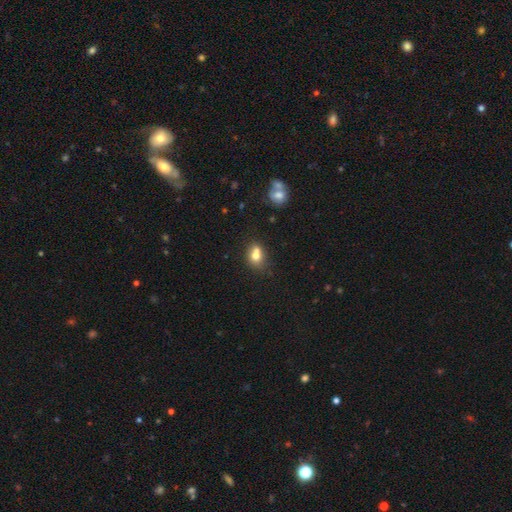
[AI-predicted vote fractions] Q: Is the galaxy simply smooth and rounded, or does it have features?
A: smooth — 72%.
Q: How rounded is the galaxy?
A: round — 52%.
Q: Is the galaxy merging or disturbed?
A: merger — 44%.